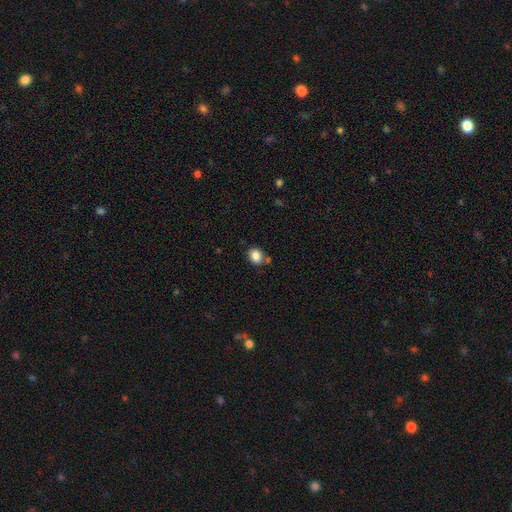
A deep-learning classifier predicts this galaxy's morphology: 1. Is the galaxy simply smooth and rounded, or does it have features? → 85% smooth, 9% star or artifact, 5% featured or disk.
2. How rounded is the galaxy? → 52% in between, 47% round, 1% cigar-shaped.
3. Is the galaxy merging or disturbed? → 73% none, 14% minor disturbance, 10% merger, 4% major disturbance.